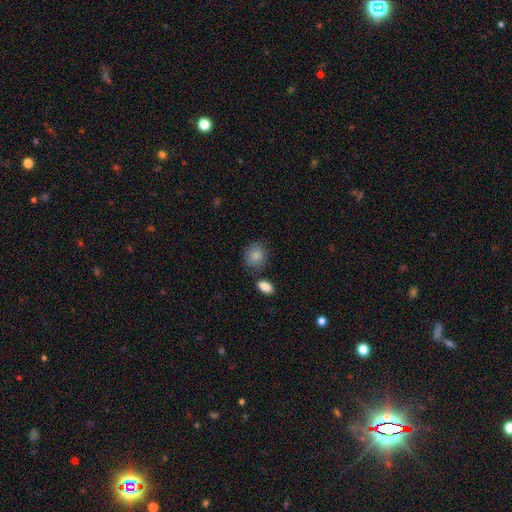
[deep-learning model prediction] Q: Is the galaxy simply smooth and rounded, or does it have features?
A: smooth — 87%.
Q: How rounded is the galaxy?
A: round — 74%.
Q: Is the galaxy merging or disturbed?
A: none — 74%.